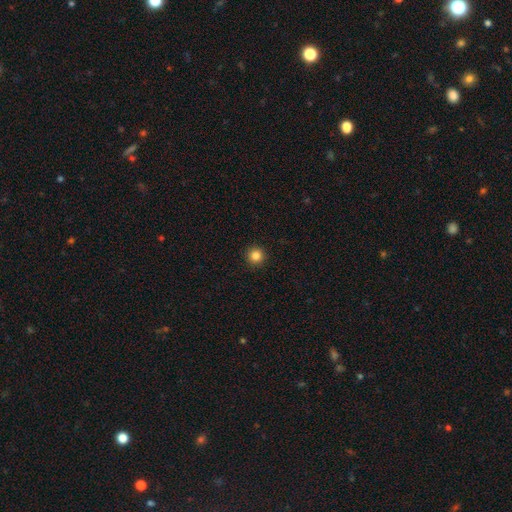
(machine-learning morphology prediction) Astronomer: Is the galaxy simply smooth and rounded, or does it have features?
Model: smooth — 84%.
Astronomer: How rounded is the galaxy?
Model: round — 96%.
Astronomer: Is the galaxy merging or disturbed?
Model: none — 93%.